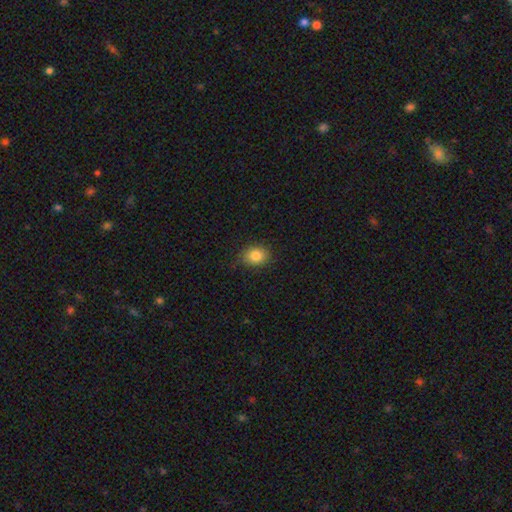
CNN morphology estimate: type=smooth (84%); roundness=in between (51%); merging=none (81%).